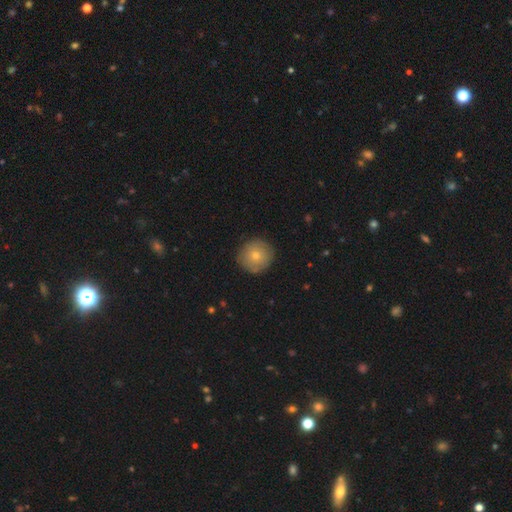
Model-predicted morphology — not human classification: This appears to be a smooth galaxy with no disk features (71%) that is round (94%). Merging: none (87%).